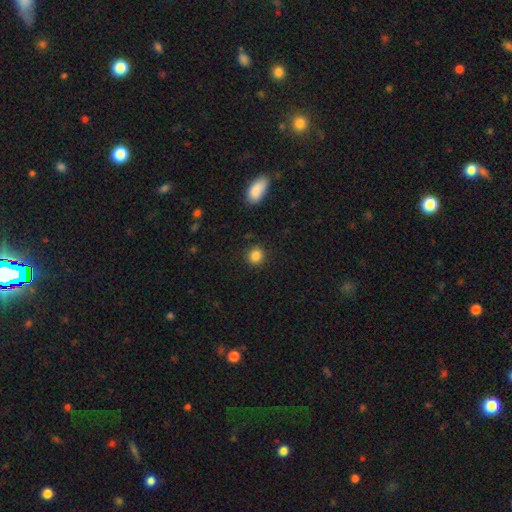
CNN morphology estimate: Smooth or featured?
  - smooth: 86% *
  - star or artifact: 10%
  - featured or disk: 4%
How rounded?
  - round: 83% *
  - in between: 15%
  - cigar-shaped: 1%
Merging?
  - none: 89% *
  - minor disturbance: 7%
  - major disturbance: 2%
  - merger: 1%